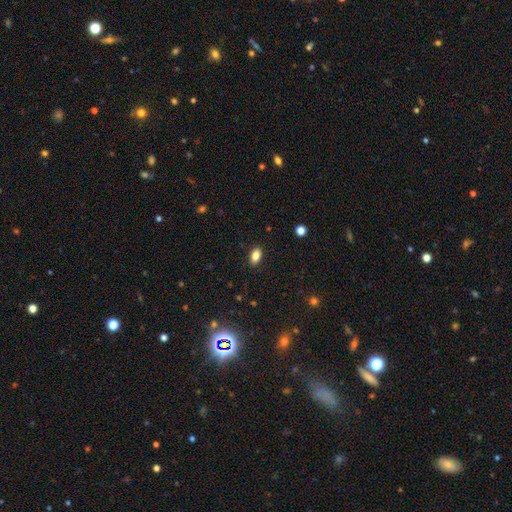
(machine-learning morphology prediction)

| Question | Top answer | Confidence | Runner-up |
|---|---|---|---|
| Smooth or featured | smooth | 84% | star or artifact (9%) |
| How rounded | in between | 90% | round (7%) |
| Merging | none | 88% | minor disturbance (9%) |